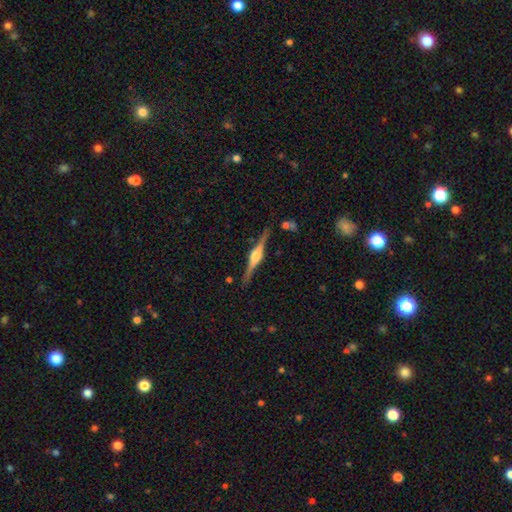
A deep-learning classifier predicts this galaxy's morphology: type=featured or disk (85%); edge-on=yes (98%); edge-on bulge=rounded (89%); merging=none (87%).